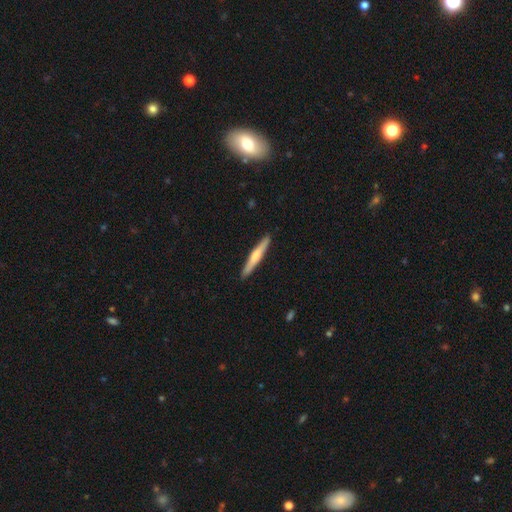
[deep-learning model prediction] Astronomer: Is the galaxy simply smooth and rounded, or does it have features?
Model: smooth — 48% (runner-up: featured or disk, 47%).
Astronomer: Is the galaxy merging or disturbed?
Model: none — 91%.